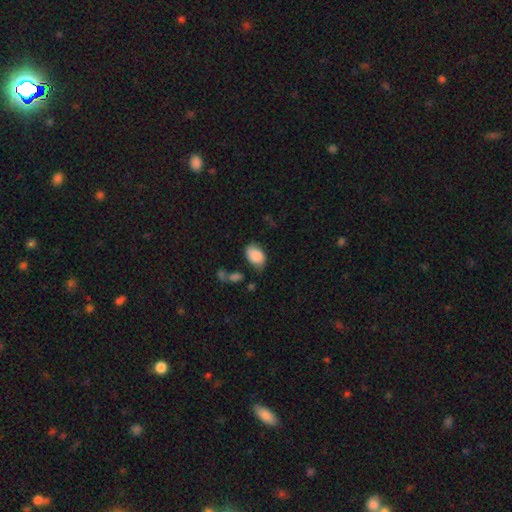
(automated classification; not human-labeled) smooth_or_featured: smooth (p=0.84) [alt: featured or disk p=0.09]
how_rounded: in between (p=0.87) [alt: round p=0.12]
merging: none (p=0.57) [alt: minor disturbance p=0.29]